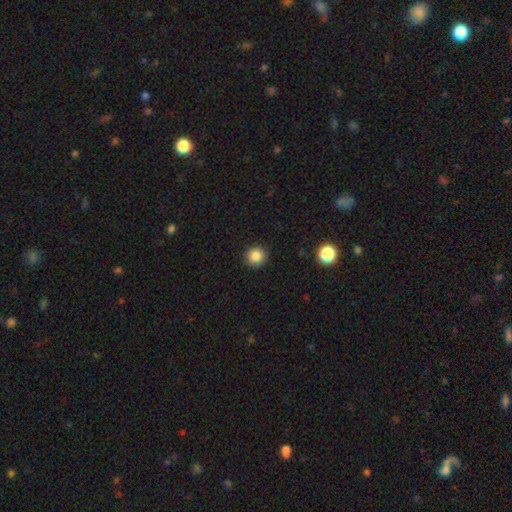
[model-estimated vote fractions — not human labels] Smooth or featured?
  - smooth: 85% *
  - star or artifact: 11%
  - featured or disk: 4%
How rounded?
  - round: 92% *
  - in between: 7%
  - cigar-shaped: 1%
Merging?
  - none: 92% *
  - minor disturbance: 6%
  - major disturbance: 2%
  - merger: 1%